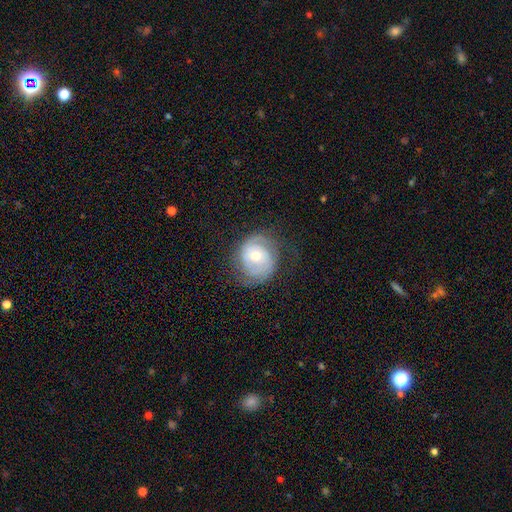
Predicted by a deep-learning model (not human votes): Q: Smooth or featured?
A: featured or disk (76%); runner-up: smooth (17%)
Q: Edge-on disk?
A: no (98%); runner-up: yes (2%)
Q: Bar?
A: no (66%); runner-up: weak (28%)
Q: Spiral arms?
A: yes (91%); runner-up: no (9%)
Q: Spiral winding?
A: tight (57%); runner-up: medium (32%)
Q: Spiral arm count?
A: 2 (68%); runner-up: can't tell (17%)
Q: Bulge size?
A: moderate (61%); runner-up: small (33%)
Q: Merging?
A: none (69%); runner-up: minor disturbance (18%)